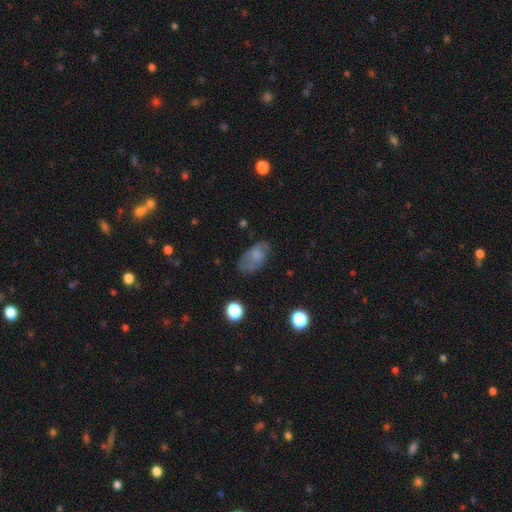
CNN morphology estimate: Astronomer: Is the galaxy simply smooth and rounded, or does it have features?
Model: smooth — 58%.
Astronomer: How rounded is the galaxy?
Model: in between — 90%.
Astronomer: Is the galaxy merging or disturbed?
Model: none — 60%.